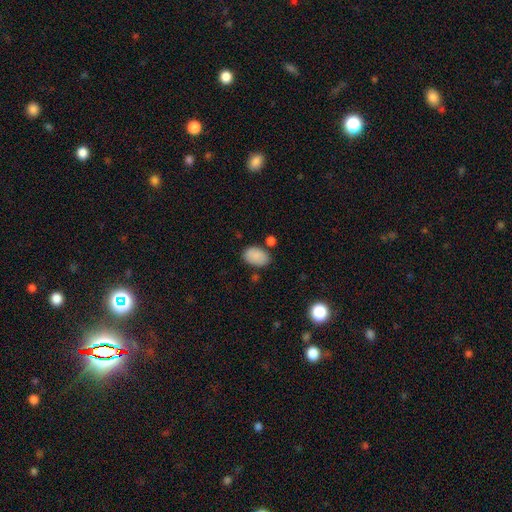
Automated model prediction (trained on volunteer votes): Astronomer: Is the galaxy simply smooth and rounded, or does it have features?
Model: smooth — 88%.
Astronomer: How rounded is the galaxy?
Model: in between — 90%.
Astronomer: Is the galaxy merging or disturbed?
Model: none — 72%.